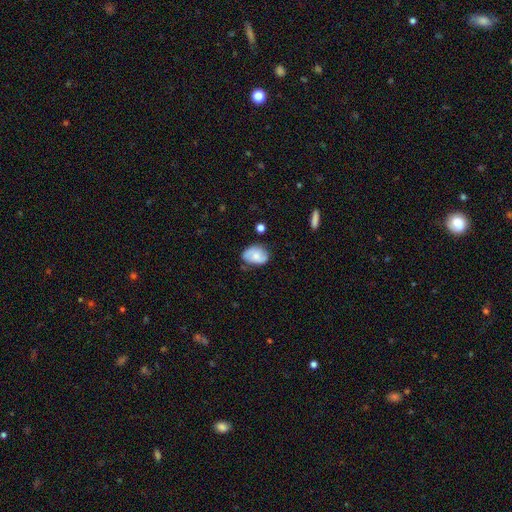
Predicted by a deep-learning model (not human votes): Q: Smooth or featured?
A: smooth (61%); runner-up: featured or disk (31%)
Q: How rounded?
A: in between (76%); runner-up: round (22%)
Q: Merging?
A: none (66%); runner-up: minor disturbance (26%)